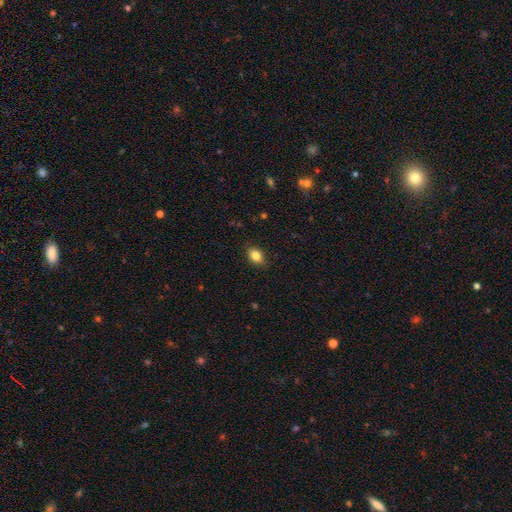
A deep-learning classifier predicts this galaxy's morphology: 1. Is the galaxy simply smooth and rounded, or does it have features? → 83% smooth, 9% star or artifact, 7% featured or disk.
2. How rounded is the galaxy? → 74% in between, 24% round, 2% cigar-shaped.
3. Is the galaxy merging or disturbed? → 84% none, 12% minor disturbance, 2% major disturbance, 1% merger.